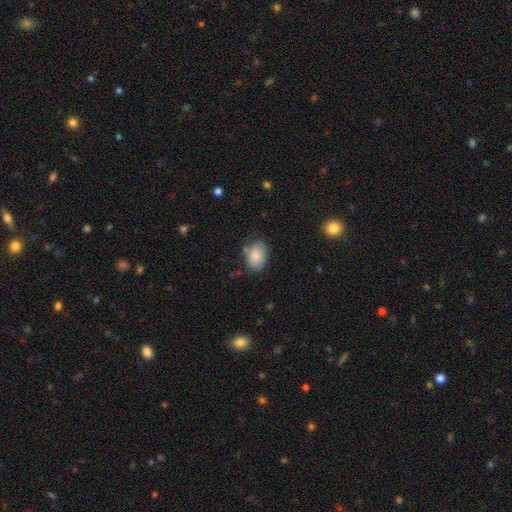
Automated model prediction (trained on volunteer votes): smooth 85%, featured or disk 7%, star or artifact 7%. Down the decision tree: how rounded — in between (83%); merging — none (68%).